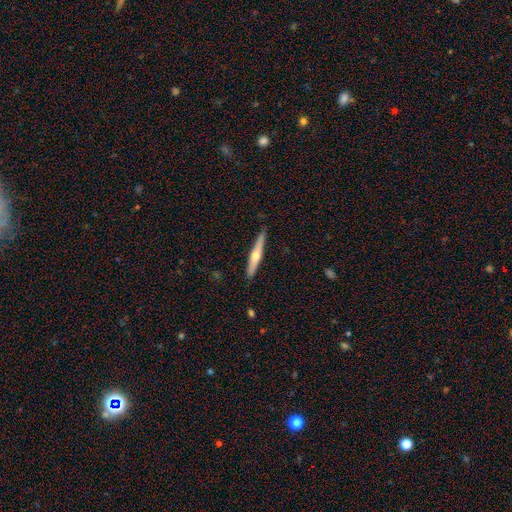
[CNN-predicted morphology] smooth-or-featured: featured or disk: 59% | smooth: 36% | star or artifact: 5%
  disk-edge-on: yes: 96% | no: 4%
    edge-on-bulge: rounded: 90% | none: 7% | boxy: 2%
  merging: none: 87% | minor disturbance: 10% | major disturbance: 2% | merger: 1%